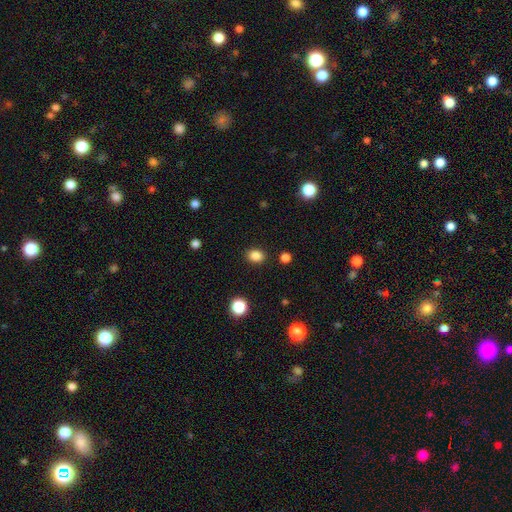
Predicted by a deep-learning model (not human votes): smooth 85%, star or artifact 11%, featured or disk 4%. Down the decision tree: how rounded — in between (55%); merging — none (88%).